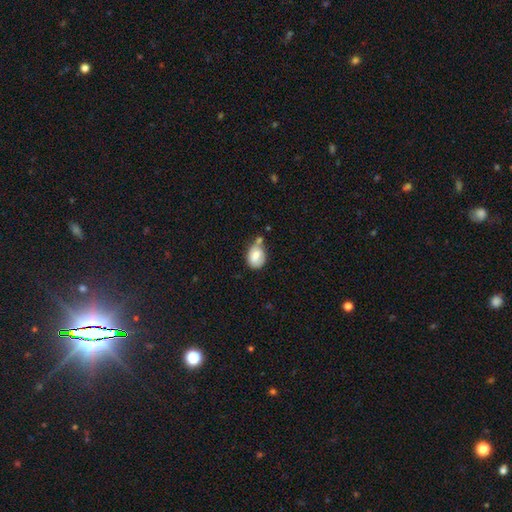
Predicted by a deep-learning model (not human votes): A smooth galaxy with no disk features (77%) that is in between round and cigar-shaped (61%). Merging: none (47%).